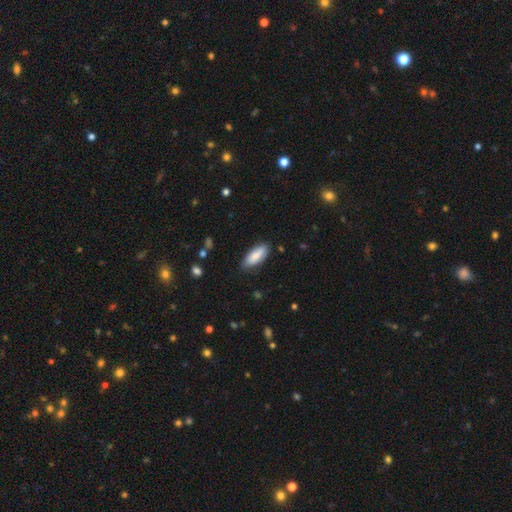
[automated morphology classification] This is clearly a smooth galaxy (83%). How rounded: likely in between (75%). Merging: clearly none (81%).